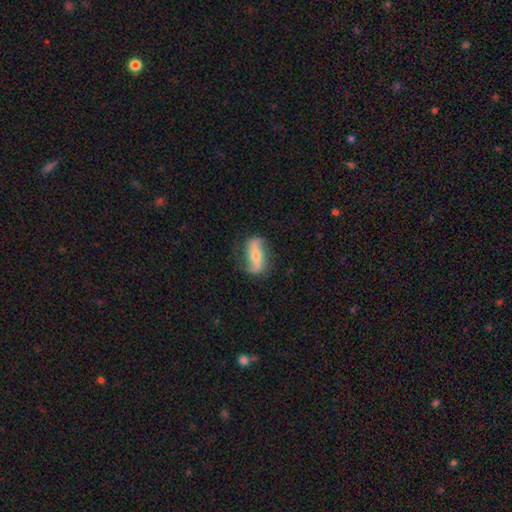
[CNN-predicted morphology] smooth_or_featured: featured or disk (p=0.71) [alt: smooth p=0.23]
disk_edge_on: no (p=0.88) [alt: yes p=0.12]
bar: strong (p=0.38) [alt: no p=0.35]
has_spiral_arms: yes (p=0.88) [alt: no p=0.12]
spiral_winding: loose (p=0.75) [alt: medium p=0.17]
spiral_arm_count: 2 (p=0.90) [alt: can't tell p=0.04]
bulge_size: moderate (p=0.50) [alt: small p=0.43]
merging: none (p=0.74) [alt: minor disturbance p=0.18]